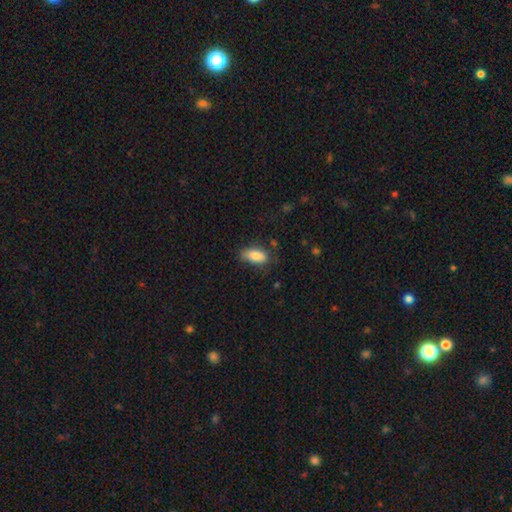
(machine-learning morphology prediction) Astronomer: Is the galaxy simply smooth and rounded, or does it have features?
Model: smooth — 84%.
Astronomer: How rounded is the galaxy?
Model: in between — 89%.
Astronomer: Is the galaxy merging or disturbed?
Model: none — 67%.